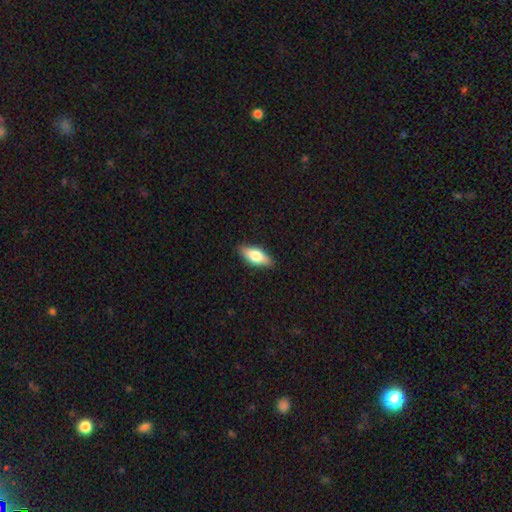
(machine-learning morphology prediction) type=smooth (70%); roundness=in between (77%); merging=none (87%).